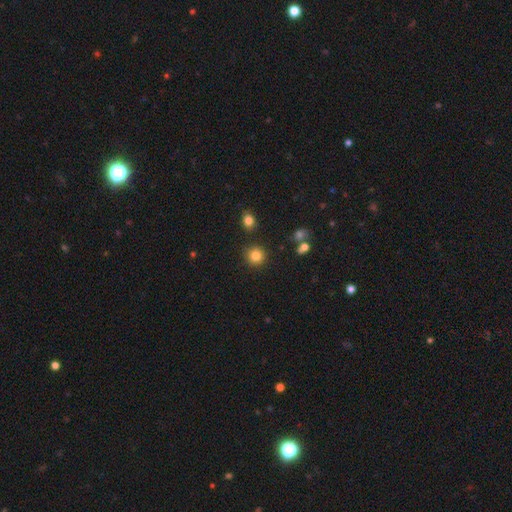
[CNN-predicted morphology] Q: Smooth or featured?
A: smooth (83%); runner-up: star or artifact (11%)
Q: How rounded?
A: round (93%); runner-up: in between (6%)
Q: Merging?
A: none (89%); runner-up: minor disturbance (6%)